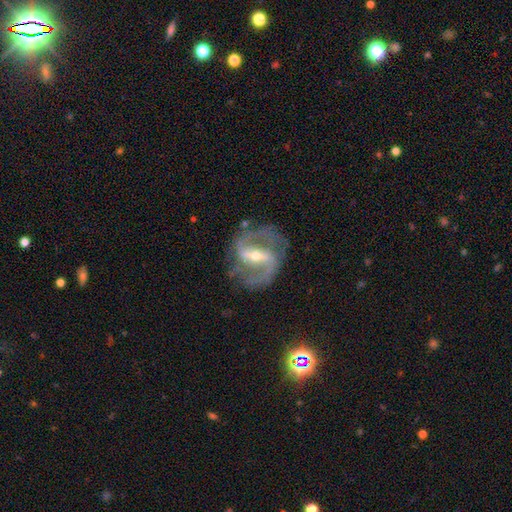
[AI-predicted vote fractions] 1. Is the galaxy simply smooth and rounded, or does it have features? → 90% featured or disk, 6% star or artifact, 4% smooth.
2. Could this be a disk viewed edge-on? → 97% no, 3% yes.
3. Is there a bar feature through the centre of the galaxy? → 60% strong, 30% weak, 10% no.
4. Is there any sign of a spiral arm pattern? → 96% yes, 4% no.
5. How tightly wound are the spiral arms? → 57% medium, 26% loose, 18% tight.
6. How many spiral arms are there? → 90% 2, 3% can't tell, 3% 3, 2% 1, 1% 4, 1% more than 4.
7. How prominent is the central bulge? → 52% small, 44% moderate, 2% large, 1% none, 1% dominant.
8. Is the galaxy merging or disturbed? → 74% none, 15% minor disturbance, 9% major disturbance, 2% merger.